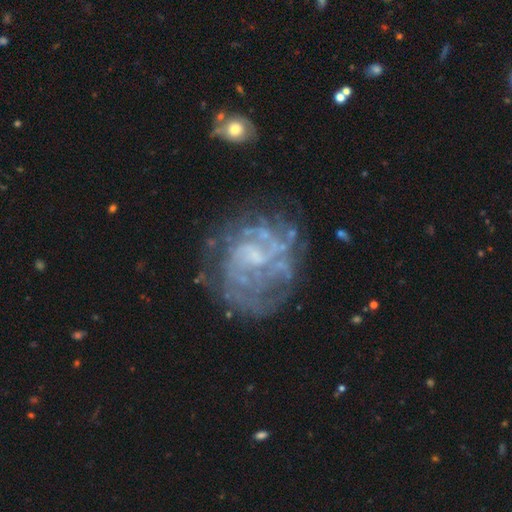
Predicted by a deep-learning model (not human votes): smooth_or_featured: featured or disk (p=0.76) [alt: smooth p=0.13]
disk_edge_on: no (p=0.98) [alt: yes p=0.02]
bar: no (p=0.67) [alt: weak p=0.27]
has_spiral_arms: yes (p=0.64) [alt: no p=0.36]
bulge_size: none (p=0.39) [alt: small p=0.37]
merging: none (p=0.59) [alt: major disturbance p=0.19]